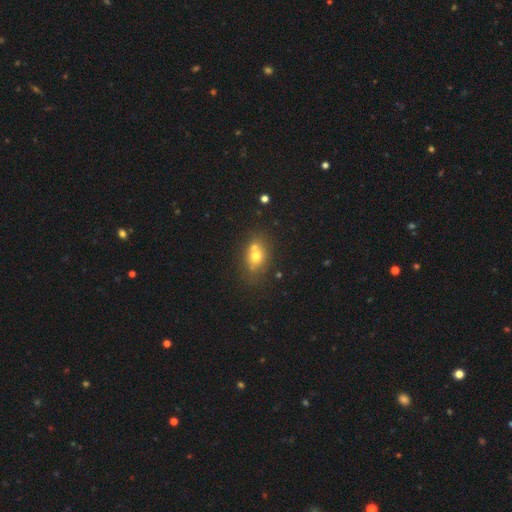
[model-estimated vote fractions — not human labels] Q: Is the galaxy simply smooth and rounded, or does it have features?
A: smooth — 67%.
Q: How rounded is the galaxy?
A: in between — 61%.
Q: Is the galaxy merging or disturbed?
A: none — 50%.